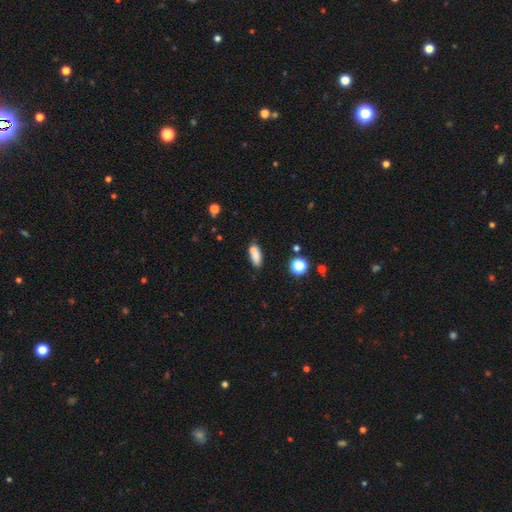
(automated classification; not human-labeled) smooth_or_featured: smooth (p=0.80) [alt: star or artifact p=0.11]
how_rounded: in between (p=0.73) [alt: cigar-shaped p=0.23]
merging: none (p=0.60) [alt: merger p=0.19]